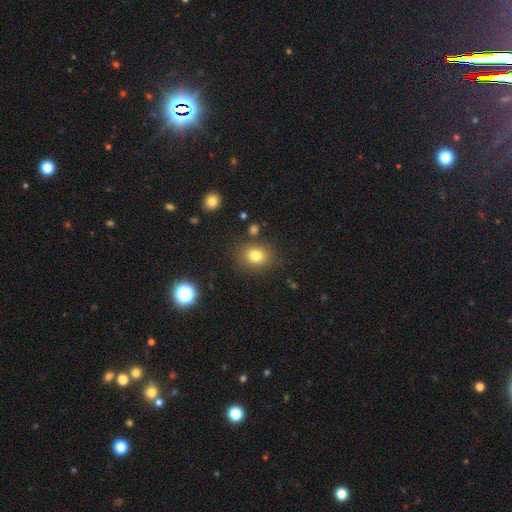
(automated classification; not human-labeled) Smooth or featured? smooth (79%)
How rounded? round (58%)
Merging? none (83%)